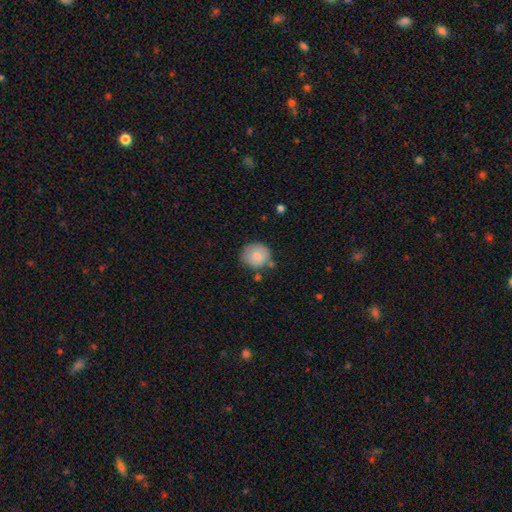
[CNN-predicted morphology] A smooth galaxy with no disk features (79%) that is round (81%). Merging: none (70%).